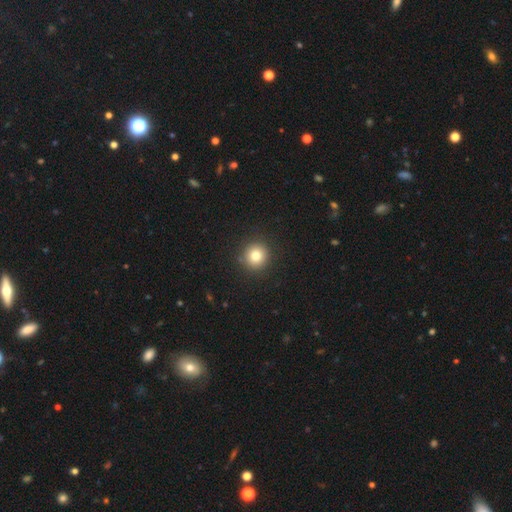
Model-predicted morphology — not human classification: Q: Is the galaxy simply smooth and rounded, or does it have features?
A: smooth — 81%.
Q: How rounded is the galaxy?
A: round — 93%.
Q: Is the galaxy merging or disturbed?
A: none — 91%.